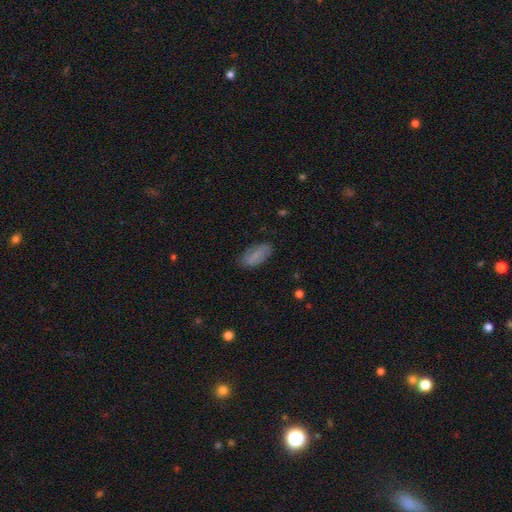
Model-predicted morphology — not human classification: Smooth or featured? smooth (80%)
How rounded? in between (89%)
Merging? none (80%)